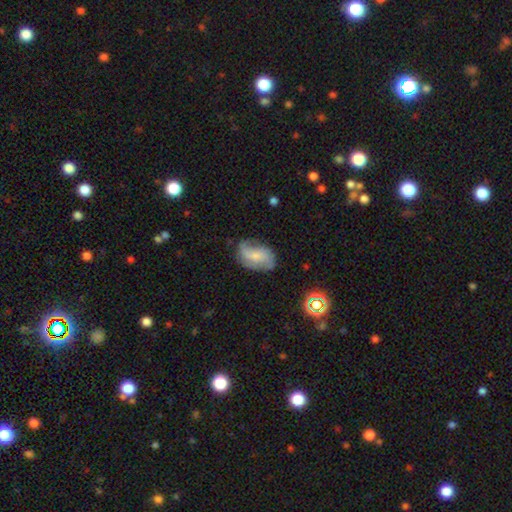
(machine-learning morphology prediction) Smooth or featured? featured or disk (62%)
Edge-on disk? no (96%)
Bar? no (49%)
Spiral arms? yes (88%)
Spiral winding? loose (54%)
Spiral arm count? 2 (73%)
Bulge size? small (59%)
Merging? none (60%)